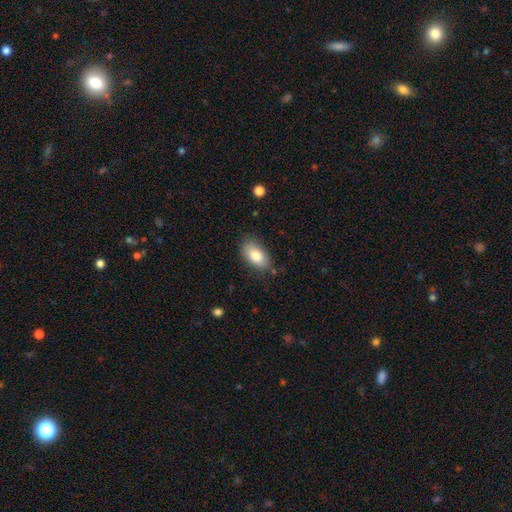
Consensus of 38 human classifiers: Smooth or featured? 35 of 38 (92%) said smooth. How rounded? 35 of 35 (100%) said in between. Merging? 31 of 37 (84%) said none.